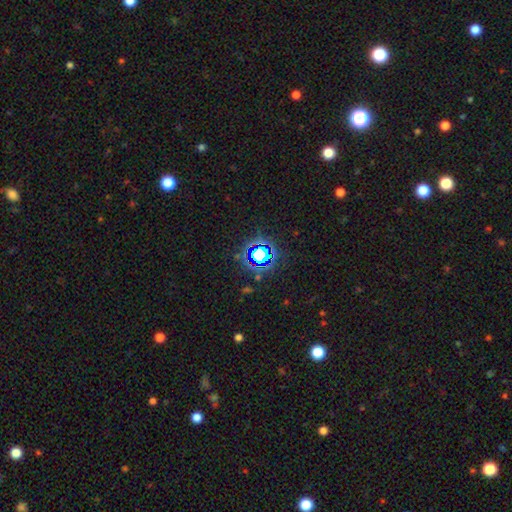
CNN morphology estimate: Q: Smooth or featured?
A: star or artifact (70%); runner-up: smooth (19%)